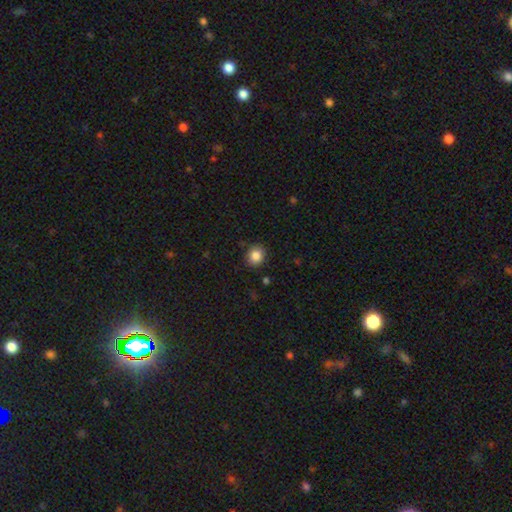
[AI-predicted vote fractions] Smooth or featured? Predicted: smooth (p=0.86). How rounded? Predicted: round (p=0.80). Merging? Predicted: none (p=0.89).